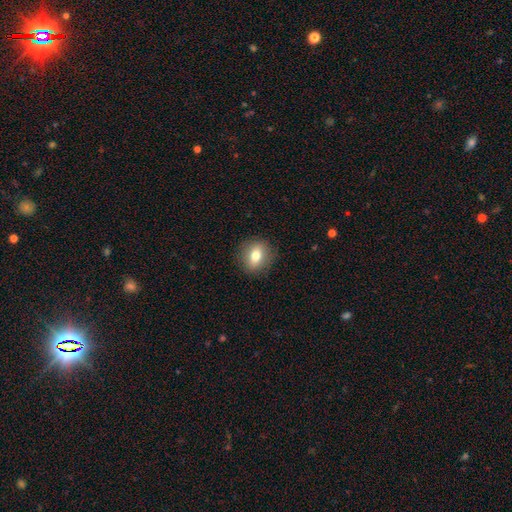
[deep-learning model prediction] smooth_or_featured: smooth (p=0.75) [alt: featured or disk p=0.15]
how_rounded: round (p=0.65) [alt: in between p=0.34]
merging: none (p=0.88) [alt: minor disturbance p=0.08]